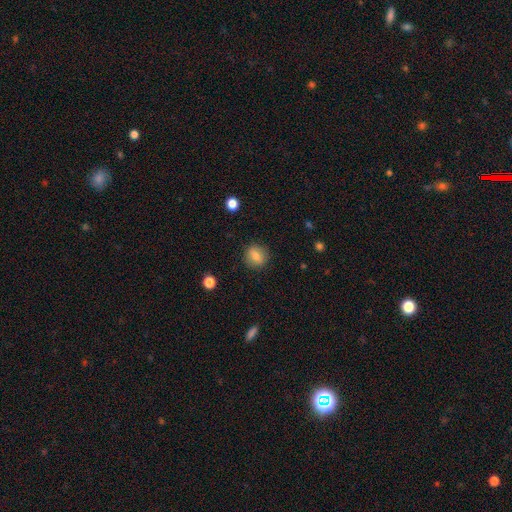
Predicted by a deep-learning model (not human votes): This appears to be a smooth galaxy with no disk features (77%) that is round (75%). Merging: none (88%).